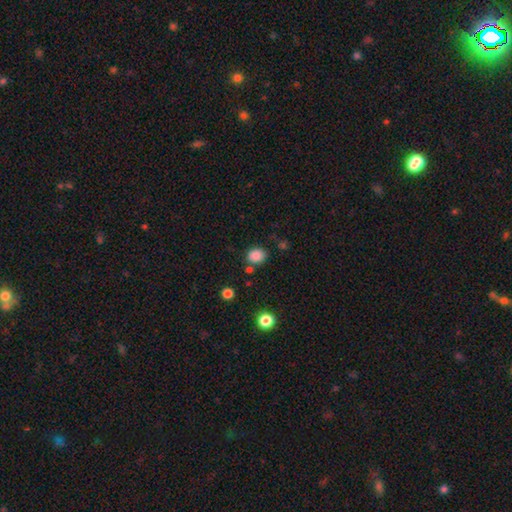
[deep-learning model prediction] This appears to be a smooth galaxy with no disk features (86%) that is round (55%). Merging: none (77%).